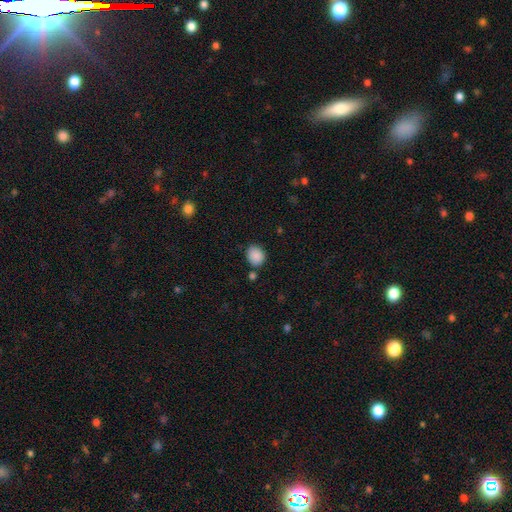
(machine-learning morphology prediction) Smooth or featured?
  - smooth: 88% *
  - star or artifact: 8%
  - featured or disk: 3%
How rounded?
  - round: 62% *
  - in between: 37%
  - cigar-shaped: 1%
Merging?
  - none: 78% *
  - minor disturbance: 12%
  - merger: 6%
  - major disturbance: 3%